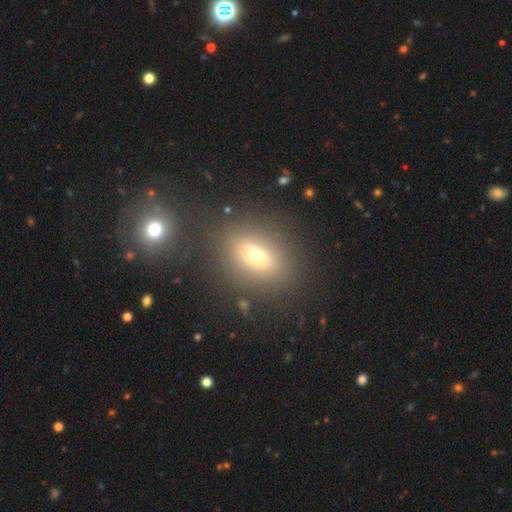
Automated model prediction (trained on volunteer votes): The model was most divided on "how rounded": in between: 65%, round: 29%, cigar-shaped: 6%. More confident: merging — none (78%); smooth or featured — smooth (57%).